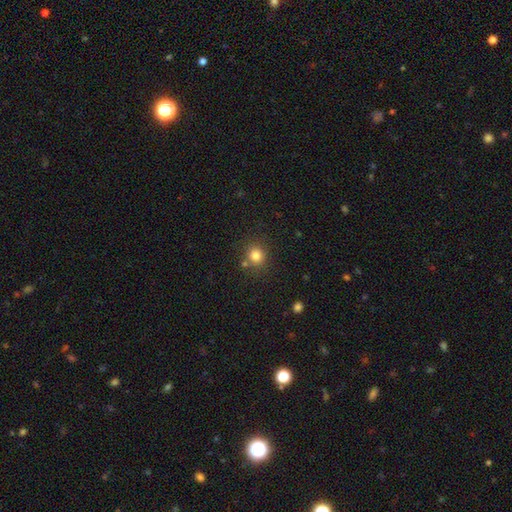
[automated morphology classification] Smooth or featured: smooth — 81% (star or artifact — 13%)
How rounded: round — 88% (in between — 11%)
Merging: none — 77% (merger — 11%)